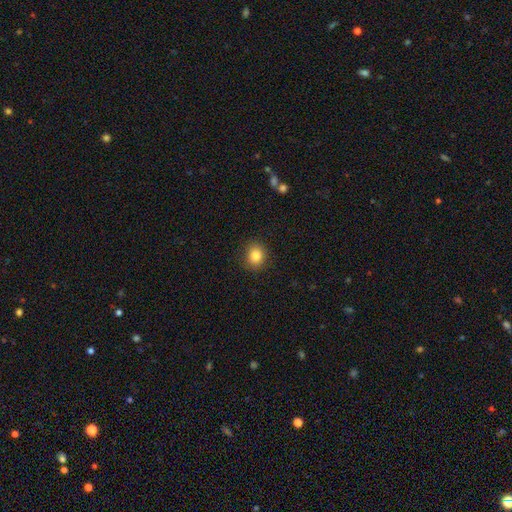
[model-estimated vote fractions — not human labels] Smooth or featured? smooth (85%)
How rounded? round (72%)
Merging? none (88%)